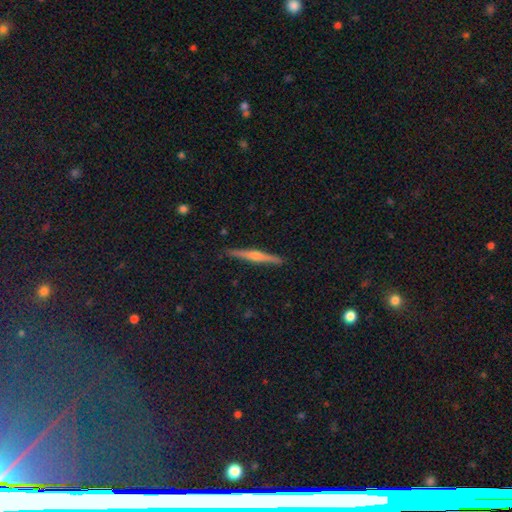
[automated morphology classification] The model was most divided on "smooth or featured": featured or disk: 71%, smooth: 23%, star or artifact: 6%. More confident: edge-on disk — yes (98%); merging — none (91%); edge-on bulge — rounded (86%).